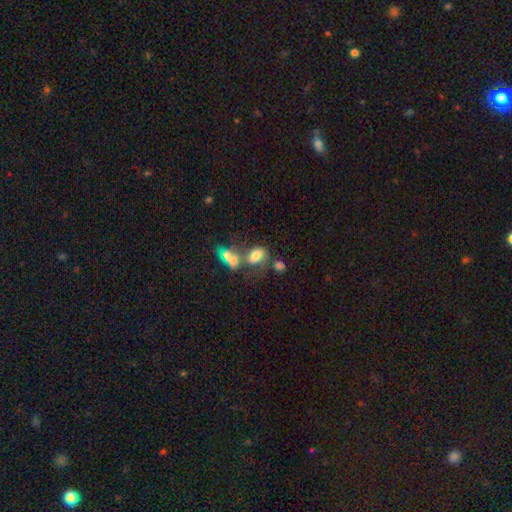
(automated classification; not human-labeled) Smooth or featured?
  - smooth: 67% *
  - featured or disk: 19%
  - star or artifact: 14%
How rounded?
  - in between: 84% *
  - round: 13%
  - cigar-shaped: 3%
Merging?
  - merger: 46% *
  - none: 28%
  - minor disturbance: 13%
  - major disturbance: 13%